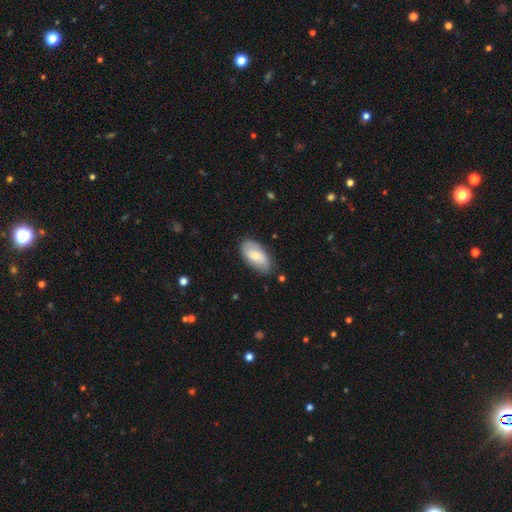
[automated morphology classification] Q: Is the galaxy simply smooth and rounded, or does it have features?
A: smooth — 61%.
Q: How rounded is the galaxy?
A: in between — 94%.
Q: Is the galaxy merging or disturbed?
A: none — 78%.